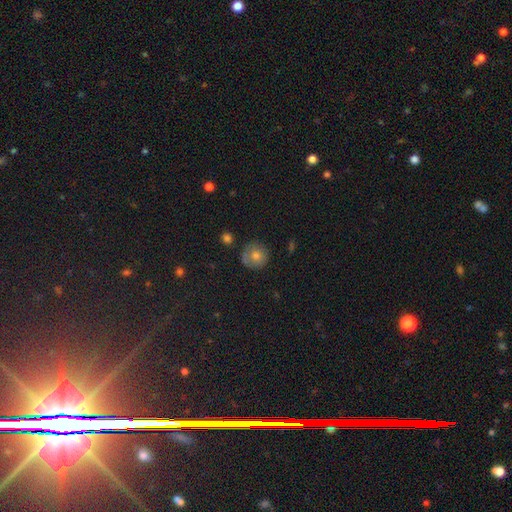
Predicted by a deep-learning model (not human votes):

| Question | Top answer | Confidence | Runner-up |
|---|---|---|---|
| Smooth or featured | smooth | 63% | featured or disk (24%) |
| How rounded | round | 92% | in between (7%) |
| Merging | none | 76% | minor disturbance (16%) |